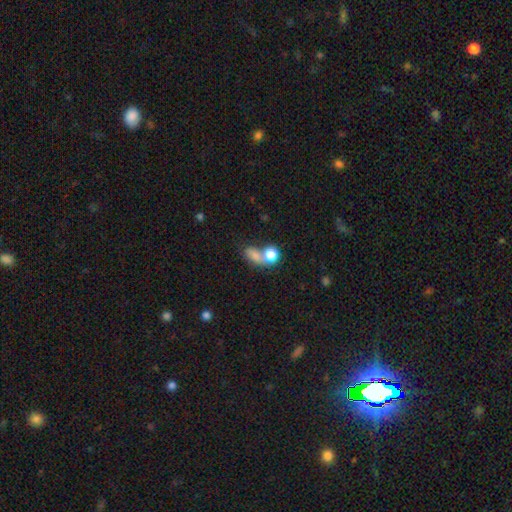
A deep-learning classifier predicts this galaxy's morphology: Smooth or featured? smooth (75%)
How rounded? in between (59%)
Merging? merger (52%)